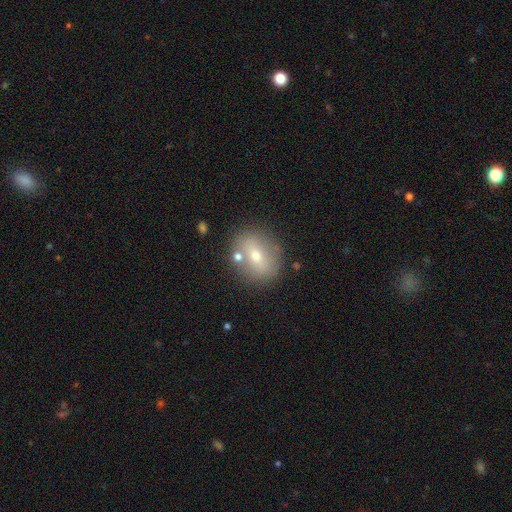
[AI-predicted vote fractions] A smooth galaxy with no disk features (57%) that is round (62%).

Vote fractions:
- Smooth or featured? smooth: 57% / featured or disk: 32% / star or artifact: 11%
- How rounded? round: 62% / in between: 36% / cigar-shaped: 2%
- Merging? none: 79% / minor disturbance: 11% / merger: 6% / major disturbance: 3%